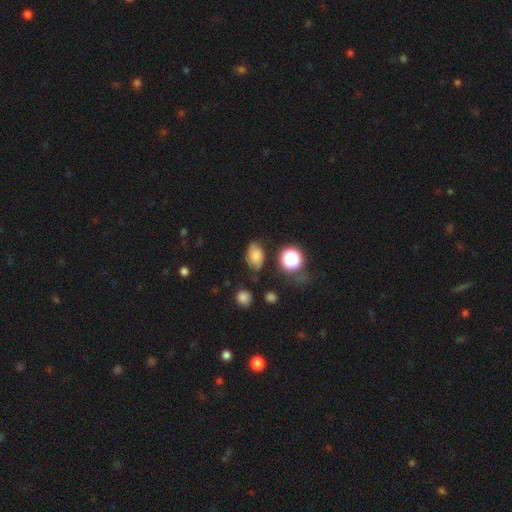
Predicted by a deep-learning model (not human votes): The model was most divided on "merging": none: 66%, minor disturbance: 24%, major disturbance: 7%, merger: 4%. More confident: how rounded — in between (81%); smooth or featured — smooth (72%).